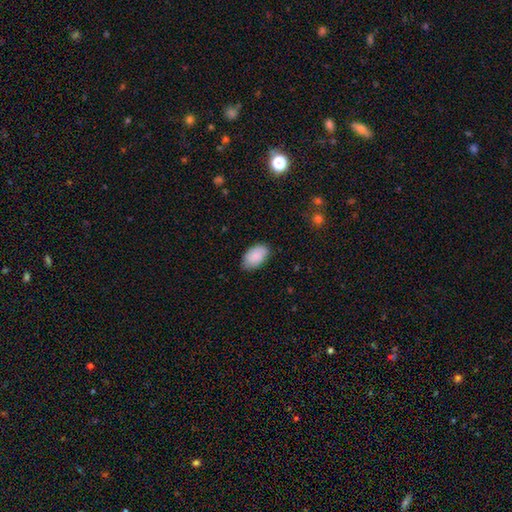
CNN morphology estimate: smooth_or_featured: smooth (p=0.89) [alt: star or artifact p=0.06]
how_rounded: in between (p=0.94) [alt: round p=0.05]
merging: none (p=0.79) [alt: minor disturbance p=0.18]